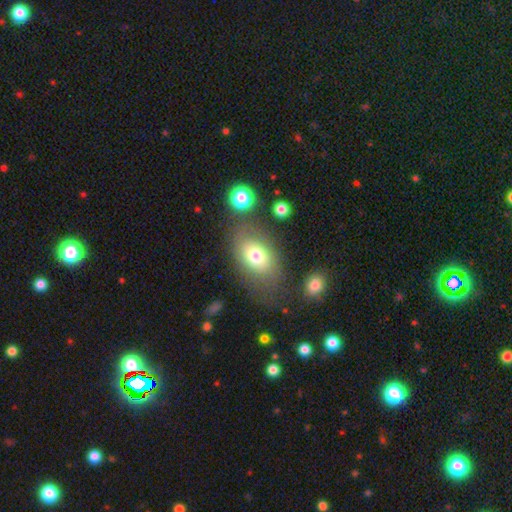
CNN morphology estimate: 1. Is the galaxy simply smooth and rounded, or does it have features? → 72% smooth, 18% featured or disk, 10% star or artifact.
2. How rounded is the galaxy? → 79% in between, 20% round, 1% cigar-shaped.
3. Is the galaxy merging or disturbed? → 62% none, 19% minor disturbance, 12% major disturbance, 8% merger.